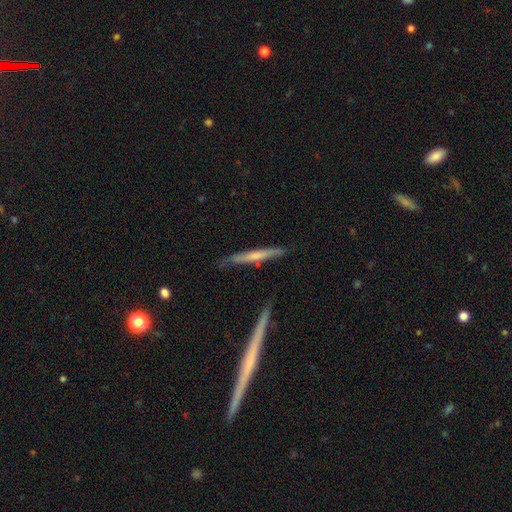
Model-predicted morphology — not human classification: smooth_or_featured: featured or disk (p=0.49) [alt: smooth p=0.46]
merging: none (p=0.79) [alt: minor disturbance p=0.15]